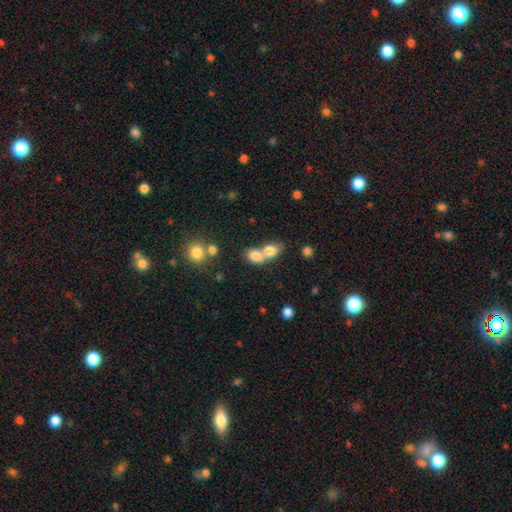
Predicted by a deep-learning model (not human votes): This is likely a smooth galaxy (78%). How rounded: likely in between (67%). Merging: likely merger (64%).